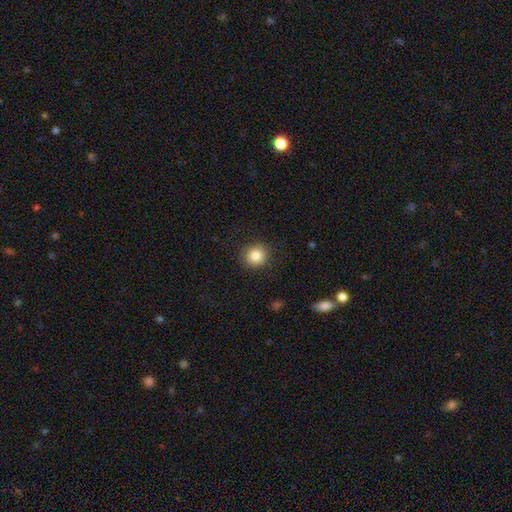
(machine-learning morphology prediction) A smooth galaxy with no disk features (84%) that is round (89%). Merging: none (88%).